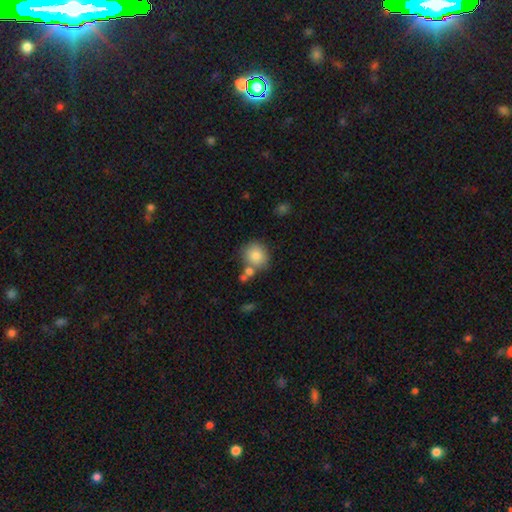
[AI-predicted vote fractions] The model was most divided on "merging": none: 66%, merger: 17%, minor disturbance: 12%, major disturbance: 4%. More confident: smooth or featured — smooth (84%); how rounded — round (83%).